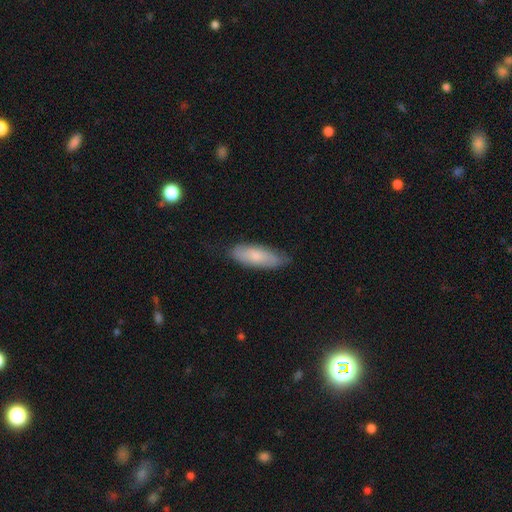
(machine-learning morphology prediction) This appears to be a smooth galaxy with no disk features (72%) that is in between round and cigar-shaped (65%). Merging: none (73%).